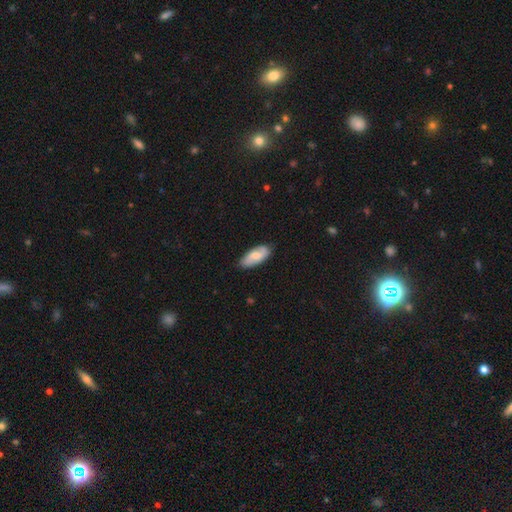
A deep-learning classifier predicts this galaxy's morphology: This is possibly a smooth galaxy (56%). How rounded: clearly in between (86%). Merging: clearly none (81%).